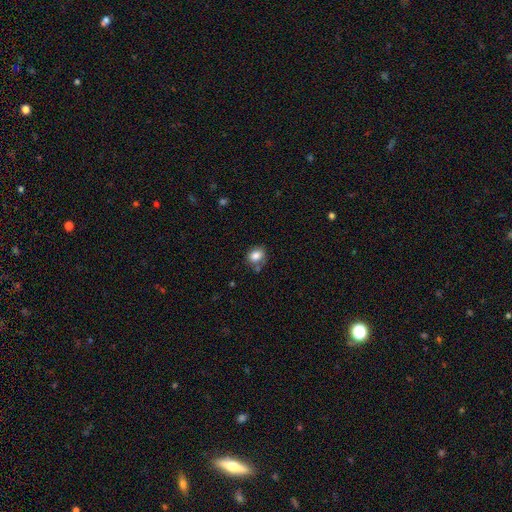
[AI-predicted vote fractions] Smooth or featured: smooth — 83% (star or artifact — 10%)
How rounded: round — 52% (in between — 47%)
Merging: none — 65% (minor disturbance — 20%)